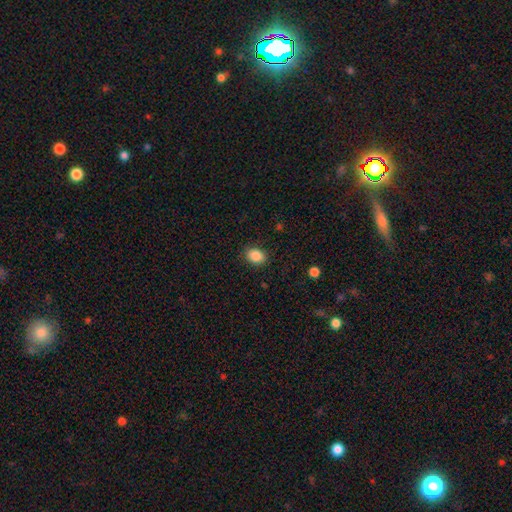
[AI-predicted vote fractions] Smooth or featured? smooth (88%)
How rounded? in between (69%)
Merging? none (87%)